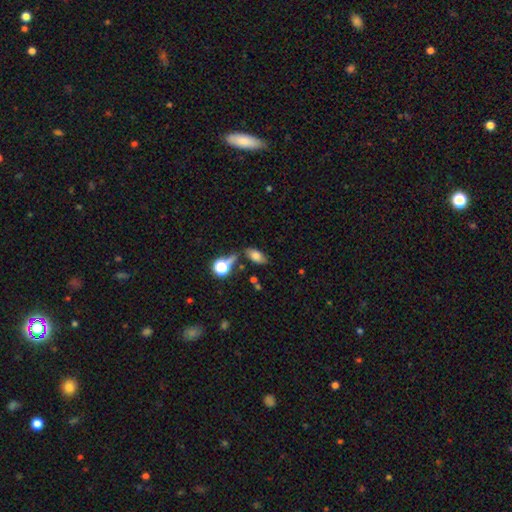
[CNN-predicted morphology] A smooth galaxy with no disk features (72%) that is in between round and cigar-shaped (88%).

Vote fractions:
- Smooth or featured? smooth: 72% / featured or disk: 16% / star or artifact: 12%
- How rounded? in between: 88% / round: 7% / cigar-shaped: 5%
- Merging? none: 59% / minor disturbance: 19% / merger: 14% / major disturbance: 8%